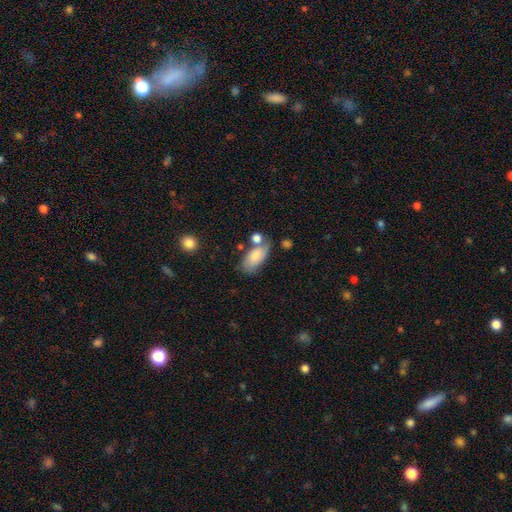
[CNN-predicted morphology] smooth_or_featured: smooth (p=0.75) [alt: featured or disk p=0.18]
how_rounded: in between (p=0.92) [alt: cigar-shaped p=0.04]
merging: none (p=0.48) [alt: minor disturbance p=0.22]